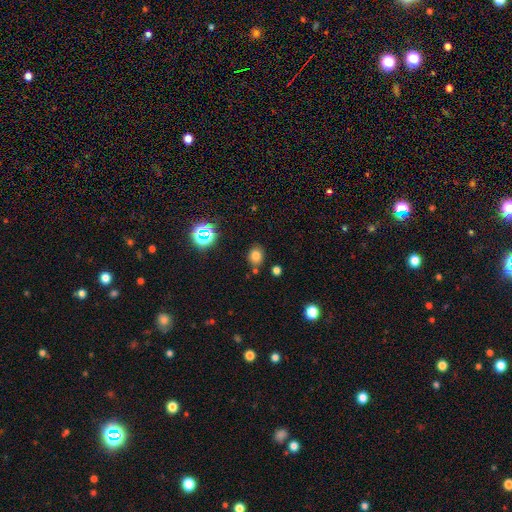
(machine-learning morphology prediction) smooth-or-featured: smooth: 73% | star or artifact: 19% | featured or disk: 8%
  how-rounded: round: 55% | in between: 44% | cigar-shaped: 1%
  merging: none: 79% | minor disturbance: 12% | merger: 6% | major disturbance: 3%